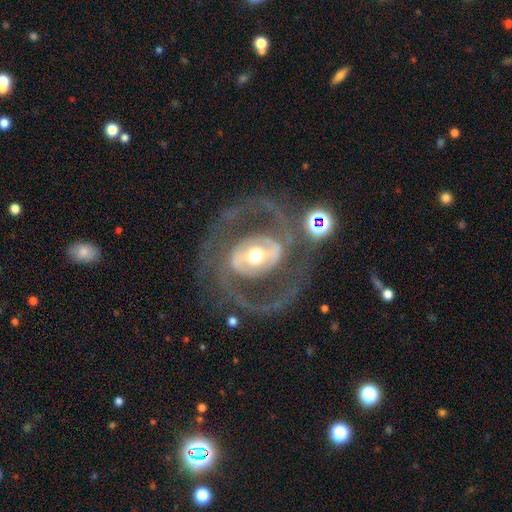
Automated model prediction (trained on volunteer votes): The model was most divided on "bar": strong: 39%, weak: 32%, no: 29%. More confident: edge-on disk — no (96%); smooth or featured — featured or disk (85%); spiral arm count — 2 (84%); spiral arms — yes (80%); merging — none (69%); bulge size — moderate (68%); spiral winding — medium (51%).